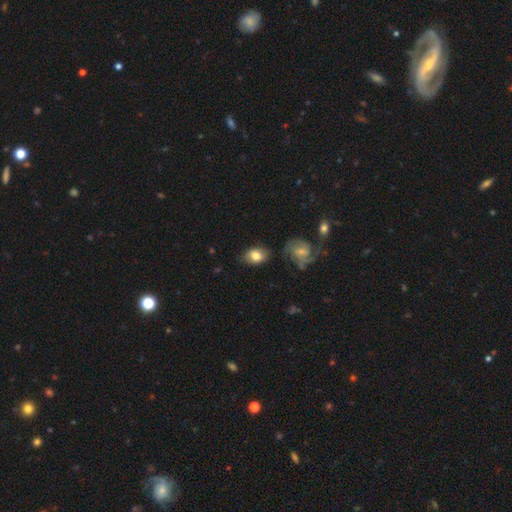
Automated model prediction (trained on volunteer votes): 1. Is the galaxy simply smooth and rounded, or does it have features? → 79% smooth, 14% featured or disk, 7% star or artifact.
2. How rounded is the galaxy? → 78% in between, 21% round, 1% cigar-shaped.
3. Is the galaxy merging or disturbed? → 69% none, 21% minor disturbance, 5% major disturbance, 5% merger.